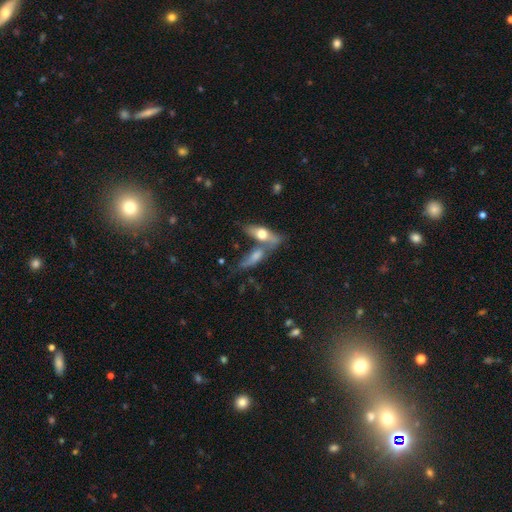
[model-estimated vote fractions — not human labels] The model was most divided on "smooth or featured": featured or disk: 46%, smooth: 43%, star or artifact: 11%. Remaining: merging — merger (45%).